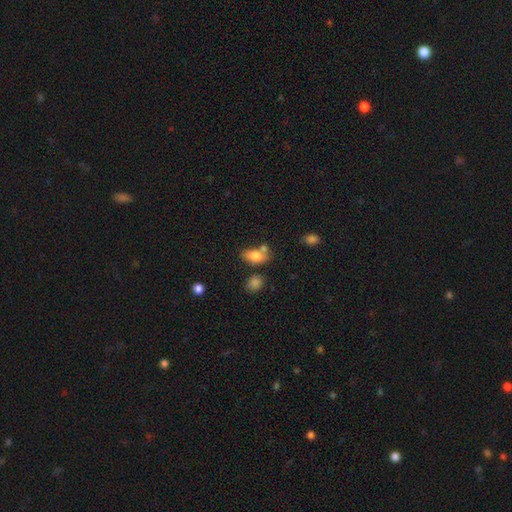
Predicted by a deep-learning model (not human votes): smooth-or-featured: smooth: 79% | featured or disk: 13% | star or artifact: 8%
  how-rounded: in between: 87% | round: 10% | cigar-shaped: 3%
  merging: none: 50% | merger: 27% | minor disturbance: 17% | major disturbance: 6%